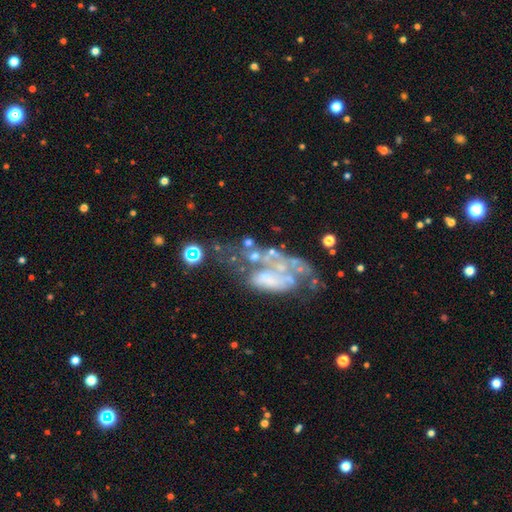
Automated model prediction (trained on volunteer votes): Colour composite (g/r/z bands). It shows a featured or disk galaxy (66%) with no bar (88%), no spiral arms (82%) and no central bulge (72%). Merging: major disturbance (40%).